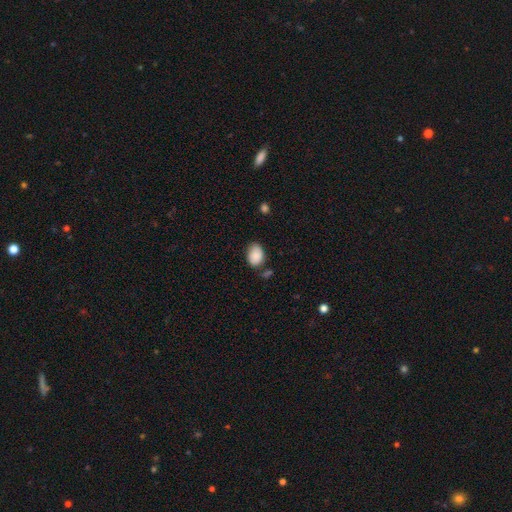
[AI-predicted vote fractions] This is clearly a smooth galaxy (88%). How rounded: clearly in between (81%). Merging: likely none (66%).